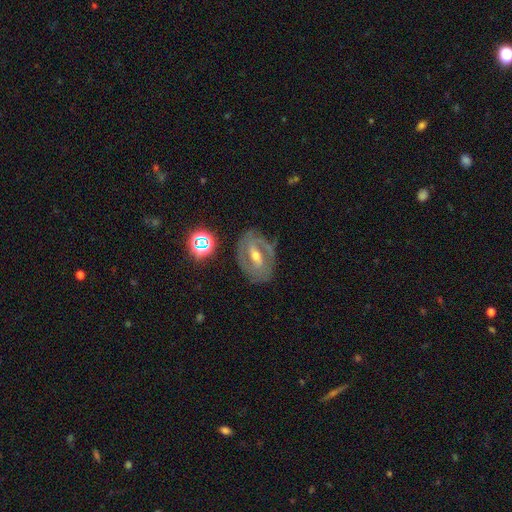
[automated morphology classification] Overall: featured or disk (79%). Edge-on disk: no (94%). Bar: strong (47%; weak 36%). Spiral arms: yes (80%). Spiral arm count: 2 (67%). Spiral winding: tight (53%; medium 36%). Bulge size: moderate (56%; small 40%). Merging: none (76%).